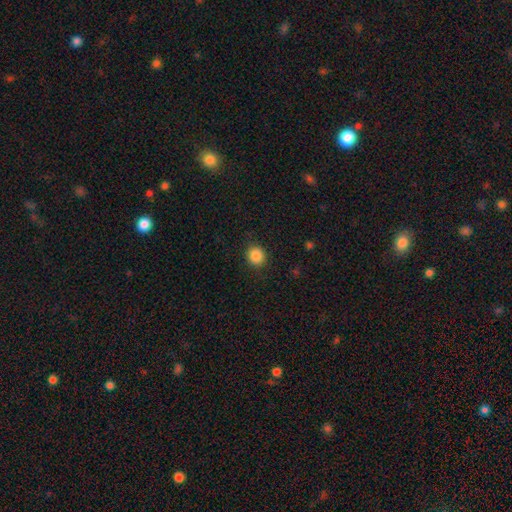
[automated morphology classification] Overall: smooth (87%). How rounded: round (85%). Merging: none (88%).